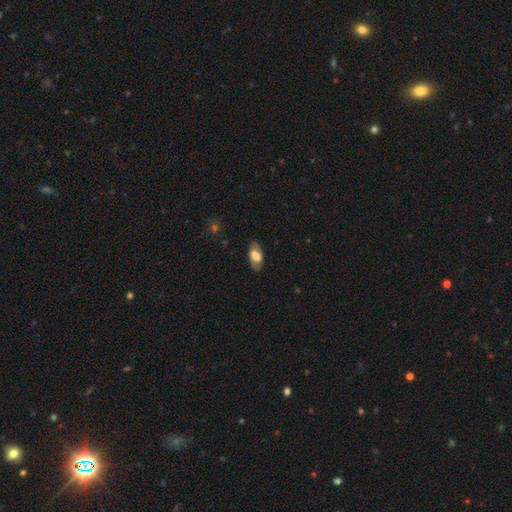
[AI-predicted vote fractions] Smooth or featured? Predicted: smooth (p=0.60). How rounded? Predicted: in between (p=0.89). Merging? Predicted: none (p=0.79).